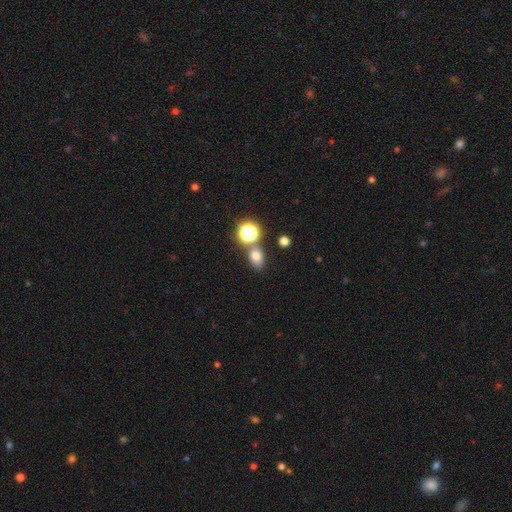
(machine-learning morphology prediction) type=smooth (73%); roundness=in between (66%); merging=none (69%).